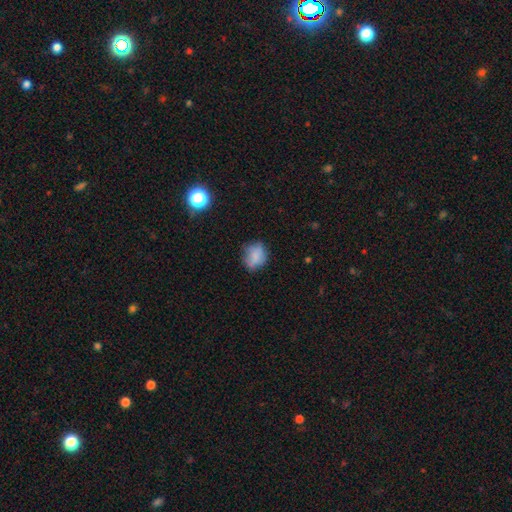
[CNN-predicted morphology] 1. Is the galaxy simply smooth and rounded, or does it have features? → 77% smooth, 13% featured or disk, 10% star or artifact.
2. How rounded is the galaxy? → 55% round, 44% in between, 1% cigar-shaped.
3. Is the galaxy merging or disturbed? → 63% none, 26% minor disturbance, 8% major disturbance, 2% merger.